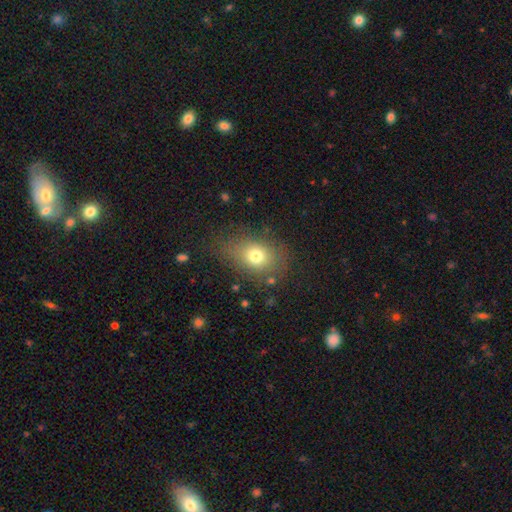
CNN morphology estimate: Smooth or featured: smooth — 73% (featured or disk — 14%)
How rounded: in between — 64% (round — 35%)
Merging: none — 72% (minor disturbance — 17%)